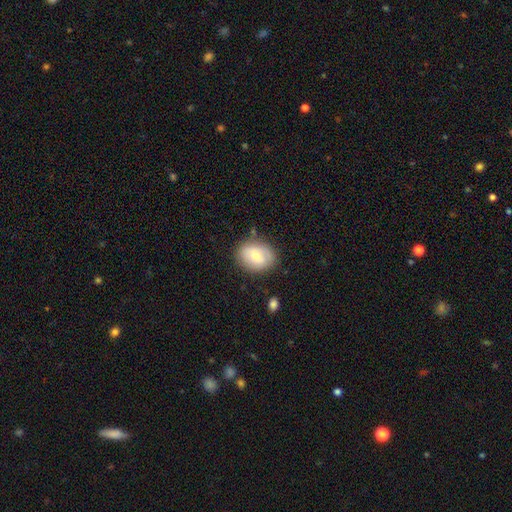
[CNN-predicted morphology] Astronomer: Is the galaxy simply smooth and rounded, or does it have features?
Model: smooth — 67%.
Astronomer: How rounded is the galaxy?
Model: in between — 57% (runner-up: round, 42%).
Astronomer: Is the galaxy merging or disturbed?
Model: none — 79%.